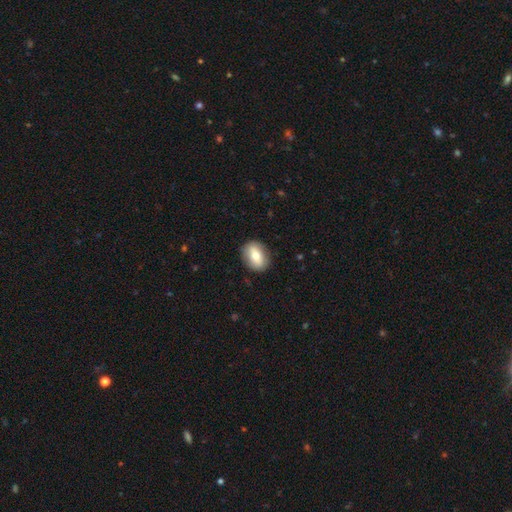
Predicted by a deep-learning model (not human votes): smooth-or-featured: smooth: 68% | featured or disk: 25% | star or artifact: 7%
  how-rounded: in between: 69% | round: 29% | cigar-shaped: 2%
  merging: none: 86% | minor disturbance: 10% | major disturbance: 3% | merger: 1%